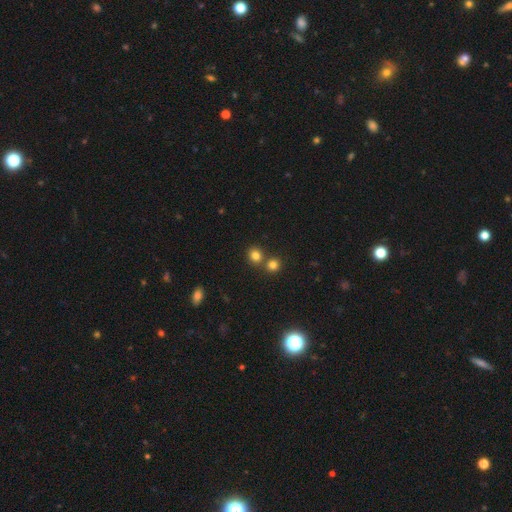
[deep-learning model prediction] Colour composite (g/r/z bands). It shows a smooth galaxy with no disk features (79%) that is round (85%). Merging: none (64%).